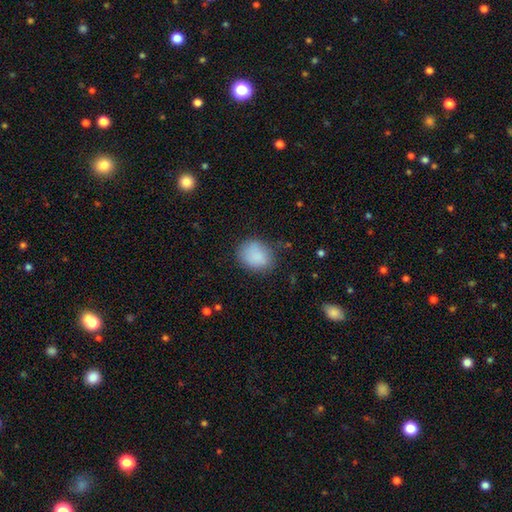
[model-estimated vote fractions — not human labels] Smooth or featured? smooth (85%)
How rounded? in between (51%)
Merging? none (68%)